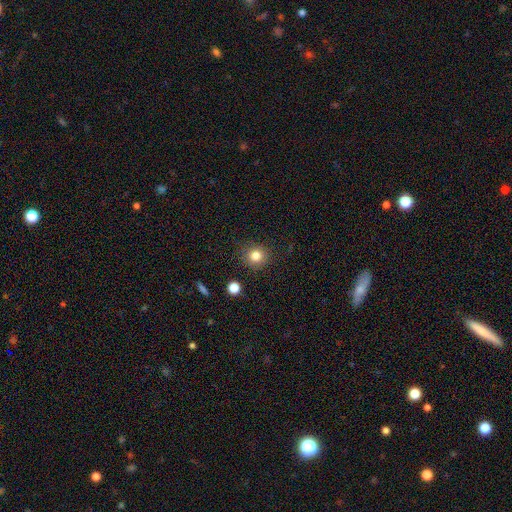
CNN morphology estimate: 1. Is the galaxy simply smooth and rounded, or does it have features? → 82% smooth, 12% star or artifact, 6% featured or disk.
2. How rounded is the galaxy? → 90% round, 9% in between, 1% cigar-shaped.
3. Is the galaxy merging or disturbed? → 87% none, 8% minor disturbance, 3% major disturbance, 2% merger.